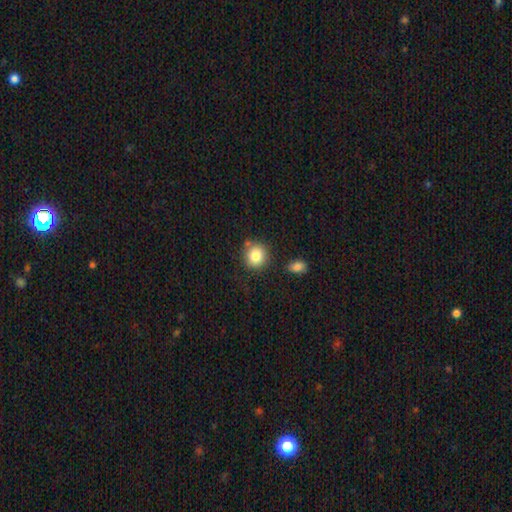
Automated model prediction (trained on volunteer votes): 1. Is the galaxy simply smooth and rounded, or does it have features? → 83% smooth, 9% star or artifact, 8% featured or disk.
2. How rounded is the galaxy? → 86% round, 13% in between, 1% cigar-shaped.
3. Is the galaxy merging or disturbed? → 77% none, 11% minor disturbance, 8% merger, 3% major disturbance.